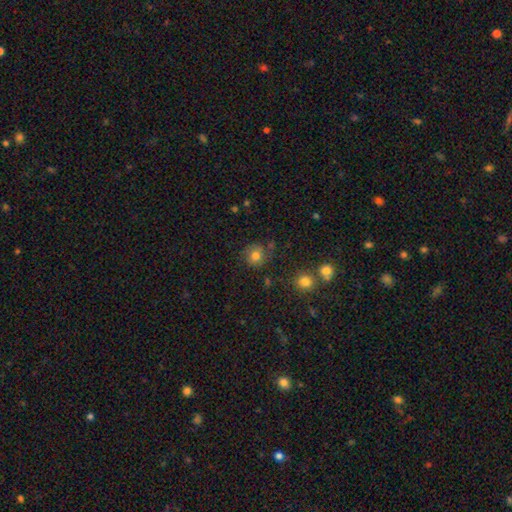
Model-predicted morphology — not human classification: This is likely a smooth galaxy (78%). How rounded: clearly round (88%). Merging: likely none (77%).